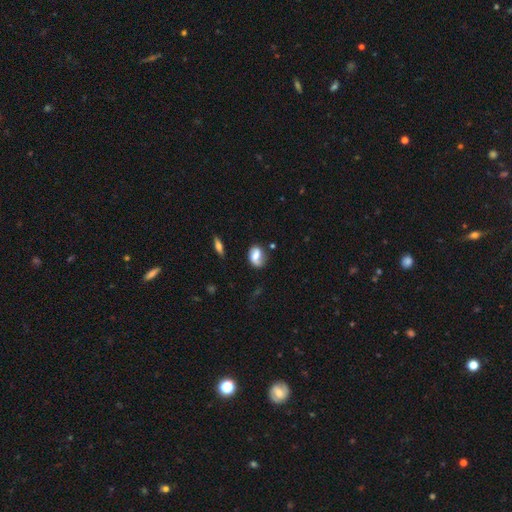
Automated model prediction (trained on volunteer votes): Q: Smooth or featured?
A: smooth (53%); runner-up: featured or disk (39%)
Q: How rounded?
A: in between (72%); runner-up: round (26%)
Q: Merging?
A: none (60%); runner-up: minor disturbance (25%)